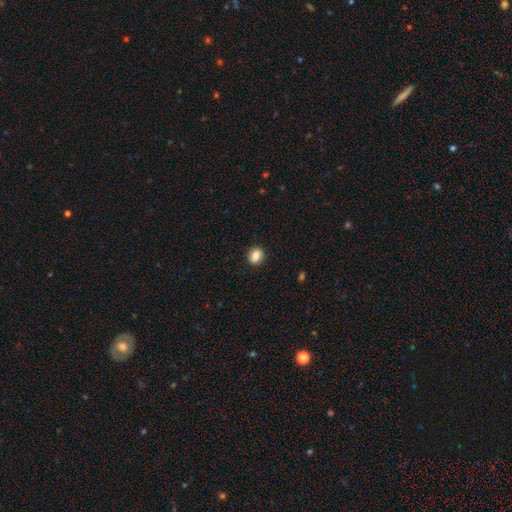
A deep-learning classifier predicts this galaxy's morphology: Smooth or featured?
  - smooth: 83% *
  - star or artifact: 9%
  - featured or disk: 8%
How rounded?
  - round: 61% *
  - in between: 38%
  - cigar-shaped: 1%
Merging?
  - none: 89% *
  - minor disturbance: 7%
  - major disturbance: 2%
  - merger: 1%